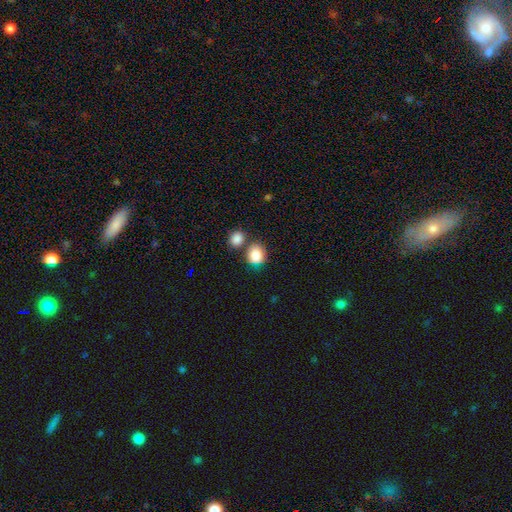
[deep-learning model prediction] Smooth or featured: smooth — 85% (star or artifact — 9%)
How rounded: round — 68% (in between — 31%)
Merging: none — 60% (merger — 23%)